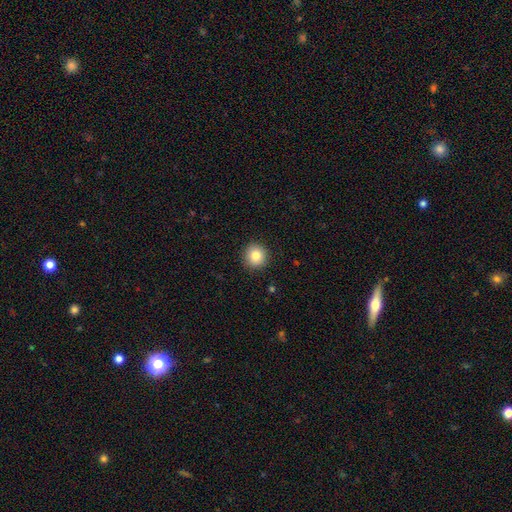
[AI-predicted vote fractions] Smooth or featured: smooth — 84% (star or artifact — 10%)
How rounded: round — 94% (in between — 5%)
Merging: none — 92% (minor disturbance — 5%)